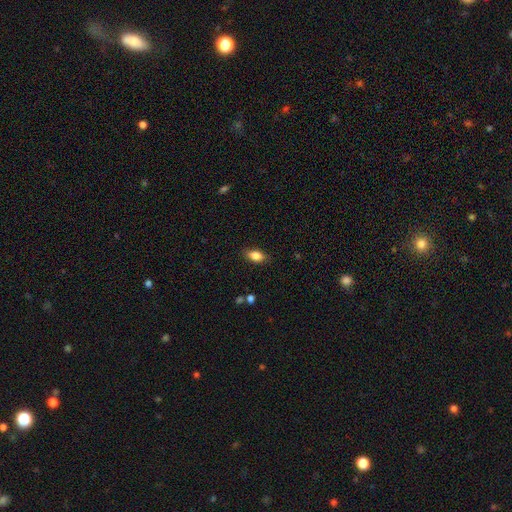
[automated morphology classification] smooth 85%, star or artifact 8%, featured or disk 7%. Down the decision tree: how rounded — in between (88%); merging — none (85%).